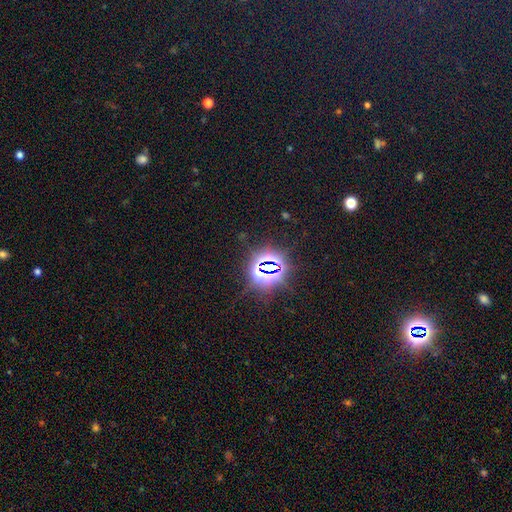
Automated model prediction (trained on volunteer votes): Smooth or featured?
  - star or artifact: 83% *
  - smooth: 10%
  - featured or disk: 7%